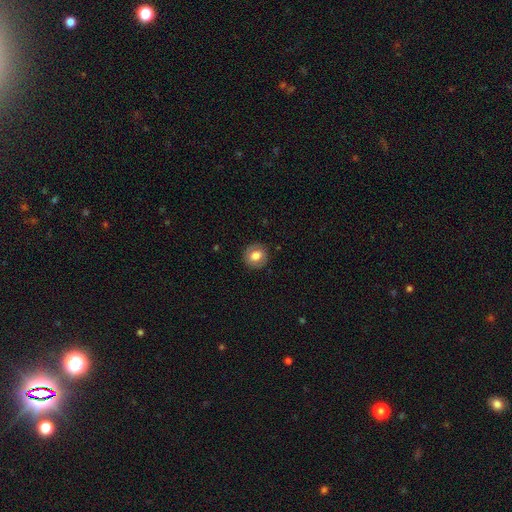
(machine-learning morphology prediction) Q: Smooth or featured?
A: smooth (72%); runner-up: featured or disk (20%)
Q: How rounded?
A: round (83%); runner-up: in between (16%)
Q: Merging?
A: none (87%); runner-up: minor disturbance (9%)